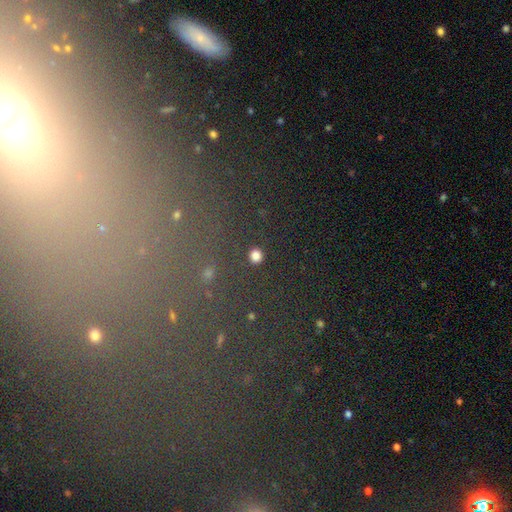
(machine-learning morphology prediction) Q: Smooth or featured?
A: smooth (81%); runner-up: star or artifact (15%)
Q: How rounded?
A: round (91%); runner-up: in between (8%)
Q: Merging?
A: none (90%); runner-up: minor disturbance (5%)